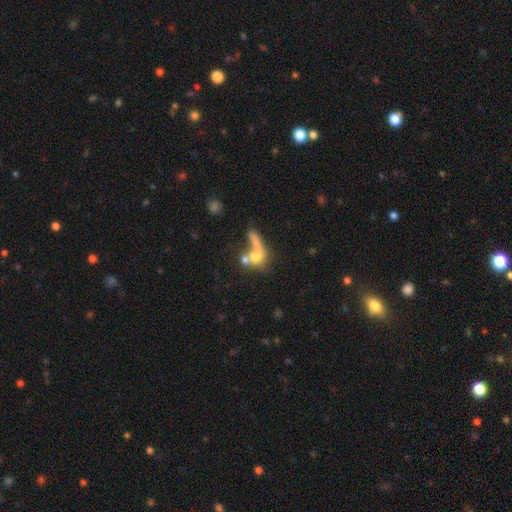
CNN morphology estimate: smooth_or_featured: smooth (p=0.56) [alt: featured or disk p=0.29]
how_rounded: round (p=0.54) [alt: in between p=0.37]
merging: merger (p=0.52) [alt: none p=0.24]